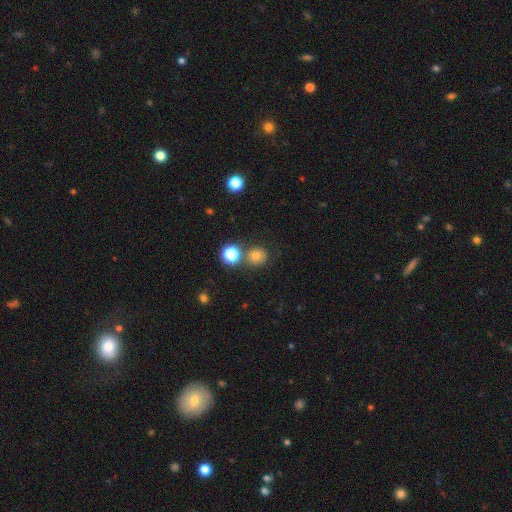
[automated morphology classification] type=smooth (75%); roundness=round (82%); merging=none (68%).